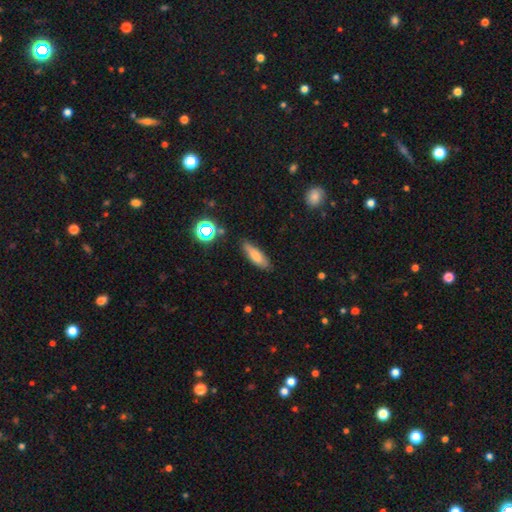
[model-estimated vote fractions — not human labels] smooth_or_featured: smooth (p=0.73) [alt: featured or disk p=0.16]
how_rounded: in between (p=0.51) [alt: cigar-shaped p=0.46]
merging: none (p=0.79) [alt: minor disturbance p=0.15]